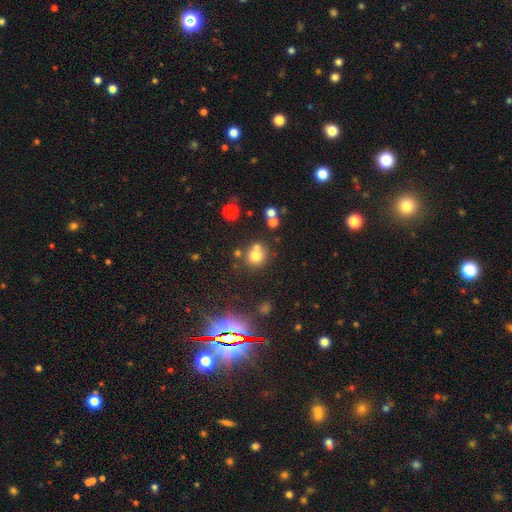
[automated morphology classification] A smooth galaxy with no disk features (72%) that is round (87%).

Vote fractions:
- Smooth or featured? smooth: 72% / star or artifact: 16% / featured or disk: 12%
- How rounded? round: 87% / in between: 13% / cigar-shaped: 1%
- Merging? none: 61% / merger: 25% / minor disturbance: 11% / major disturbance: 4%